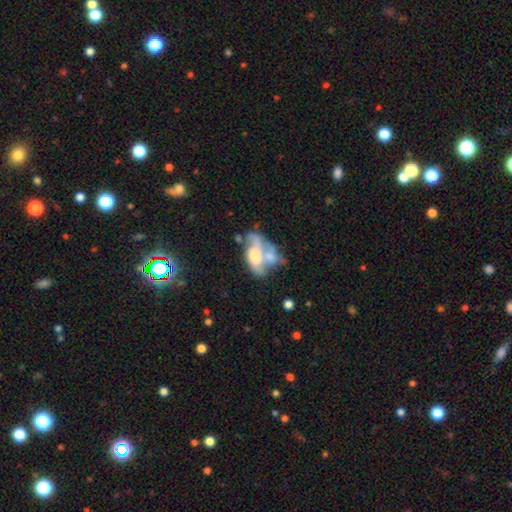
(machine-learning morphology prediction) The model was most divided on "bulge size": moderate: 37%, large: 28%, none: 18%, small: 13%, dominant: 4%. More confident: edge-on disk — no (94%); bar — no (72%); spiral arms — no (60%); smooth or featured — featured or disk (55%); merging — merger (53%).